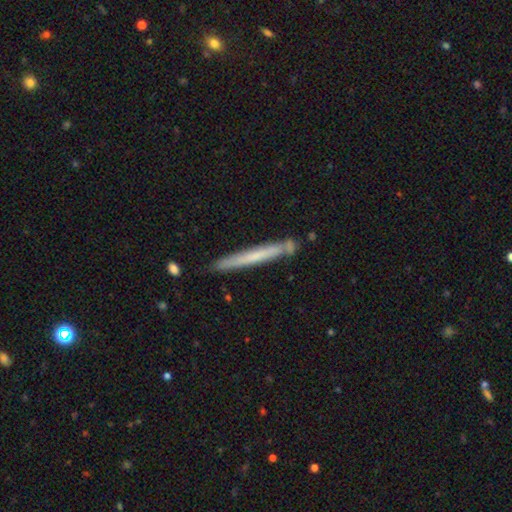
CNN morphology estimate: Smooth or featured? Predicted: smooth (p=0.52). How rounded? Predicted: cigar-shaped (p=0.97). Merging? Predicted: none (p=0.79).